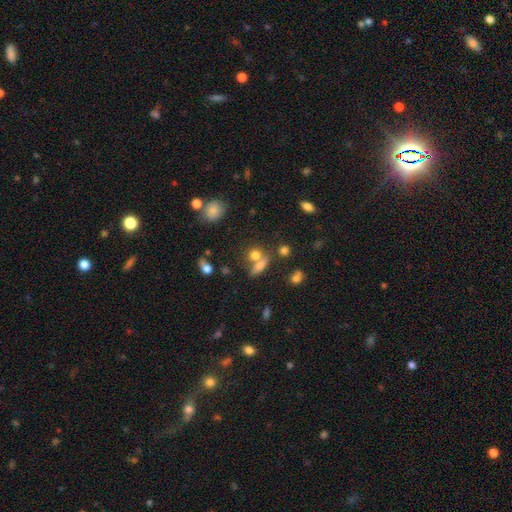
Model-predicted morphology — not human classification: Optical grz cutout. It shows a smooth galaxy with no disk features (73%) that is round (54%). Merging: none (44%).